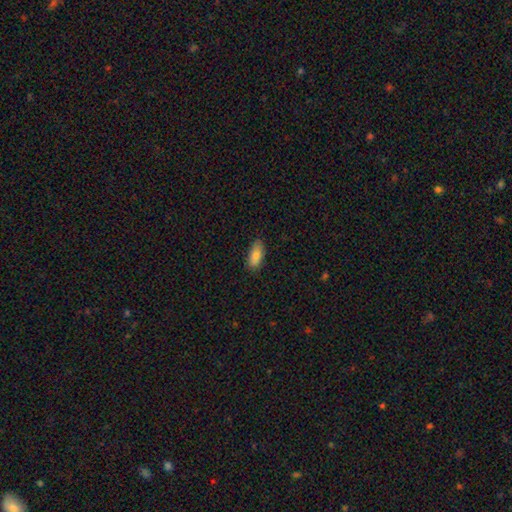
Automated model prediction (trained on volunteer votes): A smooth galaxy with no disk features (83%) that is in between round and cigar-shaped (84%).

Vote fractions:
- Smooth or featured? smooth: 83% / featured or disk: 10% / star or artifact: 7%
- How rounded? in between: 84% / cigar-shaped: 13% / round: 2%
- Merging? none: 84% / minor disturbance: 13% / major disturbance: 2% / merger: 1%